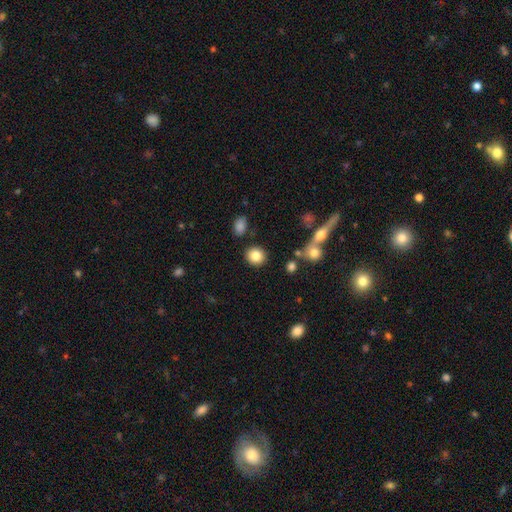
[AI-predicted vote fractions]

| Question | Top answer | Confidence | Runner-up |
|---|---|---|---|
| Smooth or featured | smooth | 84% | star or artifact (9%) |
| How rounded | round | 84% | in between (15%) |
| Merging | none | 87% | minor disturbance (7%) |